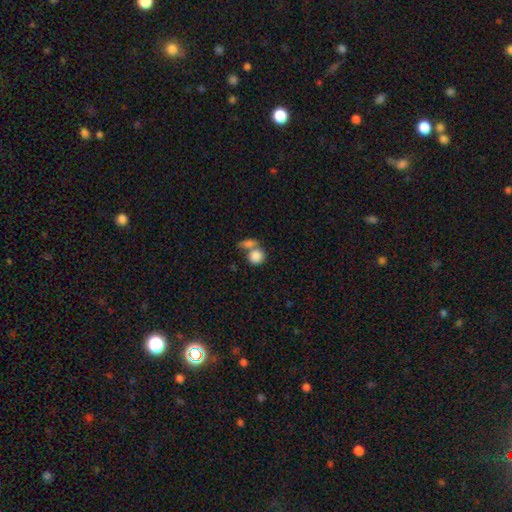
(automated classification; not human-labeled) This appears to be a smooth galaxy with no disk features (84%) that is round (80%). Merging: merger (51%).